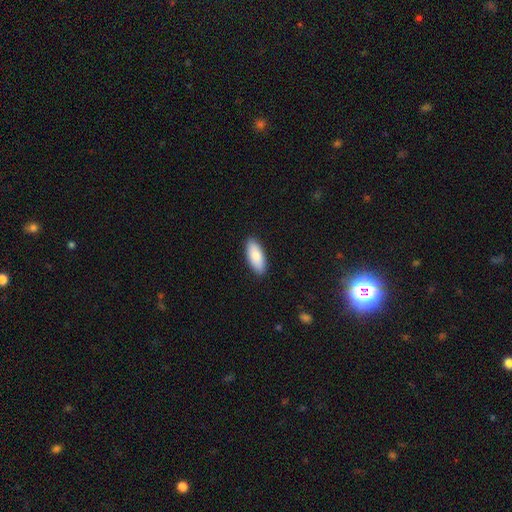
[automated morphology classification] smooth-or-featured: smooth: 84% | featured or disk: 10% | star or artifact: 6%
  how-rounded: in between: 85% | cigar-shaped: 14% | round: 2%
  merging: none: 90% | minor disturbance: 8% | major disturbance: 2% | merger: 1%